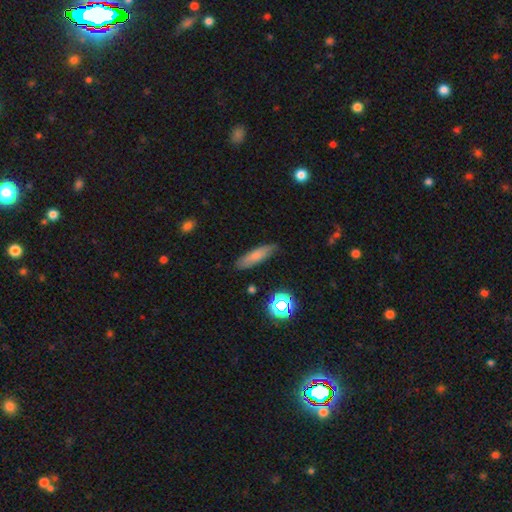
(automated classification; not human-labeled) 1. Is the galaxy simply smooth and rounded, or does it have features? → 73% smooth, 17% featured or disk, 11% star or artifact.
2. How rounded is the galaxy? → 63% cigar-shaped, 34% in between, 3% round.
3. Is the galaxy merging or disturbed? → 82% none, 13% minor disturbance, 3% major disturbance, 2% merger.